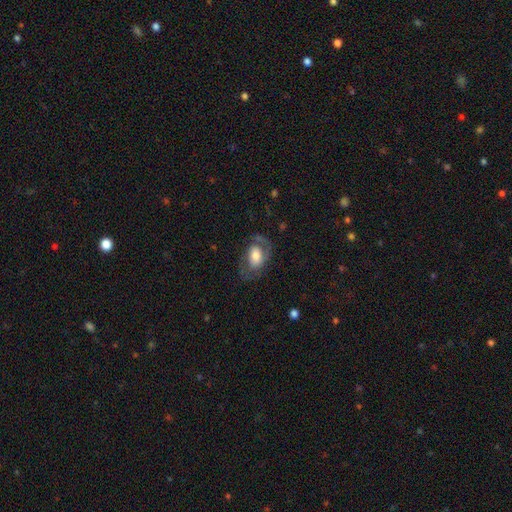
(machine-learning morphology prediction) This appears to be a featured or disk galaxy (56%) with no bar (58%), spiral arms (74%) and a moderate central bulge (45%). Merging: none (63%).